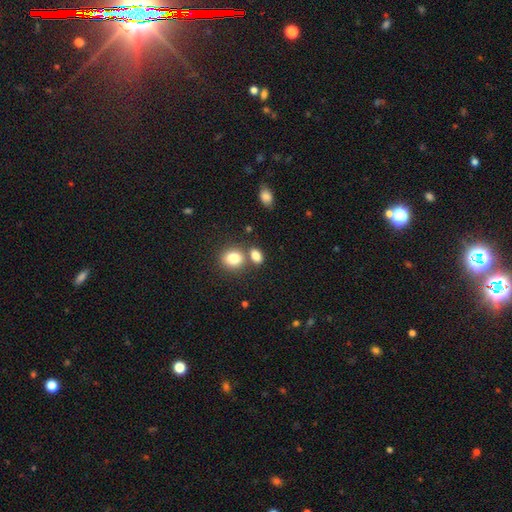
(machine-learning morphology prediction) This appears to be a smooth galaxy with no disk features (82%) that is in between round and cigar-shaped (67%). Merging: none (56%).